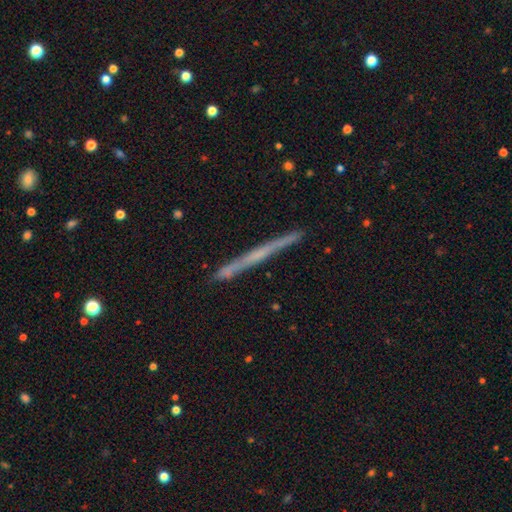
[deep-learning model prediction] This appears to be a featured or disk galaxy (58%) viewed edge-on (97%) with no central bulge (82%). Merging: none (89%).